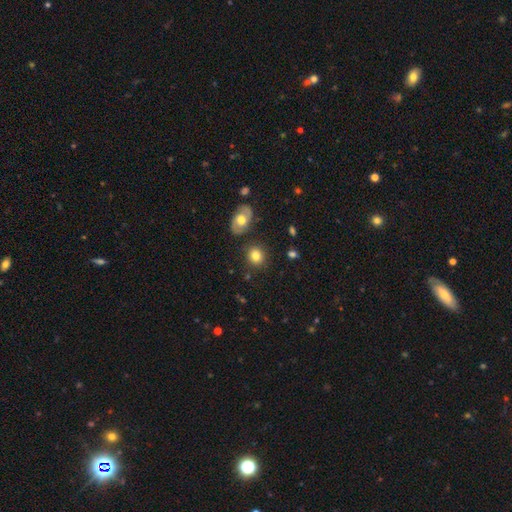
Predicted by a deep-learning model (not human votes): Q: Smooth or featured?
A: smooth (81%); runner-up: featured or disk (10%)
Q: How rounded?
A: round (77%); runner-up: in between (22%)
Q: Merging?
A: none (82%); runner-up: minor disturbance (10%)